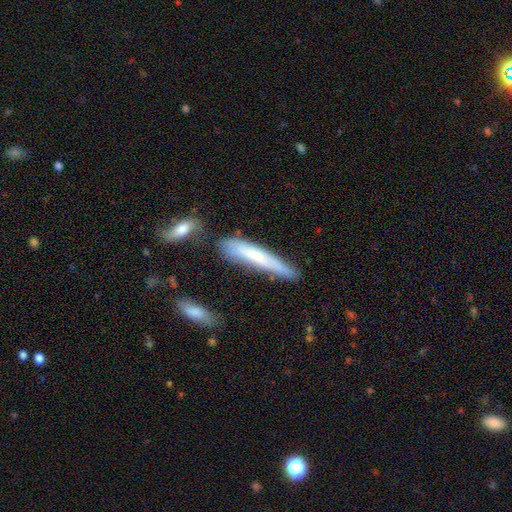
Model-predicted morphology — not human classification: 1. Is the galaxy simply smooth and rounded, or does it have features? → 58% smooth, 36% featured or disk, 7% star or artifact.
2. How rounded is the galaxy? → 88% cigar-shaped, 11% in between, 1% round.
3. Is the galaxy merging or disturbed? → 59% none, 24% minor disturbance, 11% merger, 7% major disturbance.